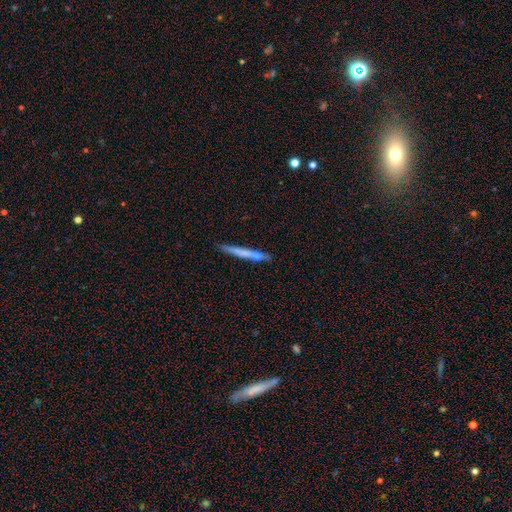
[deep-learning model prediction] Smooth or featured?
  - smooth: 53% *
  - featured or disk: 39%
  - star or artifact: 8%
How rounded?
  - cigar-shaped: 94% *
  - in between: 4%
  - round: 2%
Merging?
  - none: 68% *
  - minor disturbance: 15%
  - merger: 12%
  - major disturbance: 5%